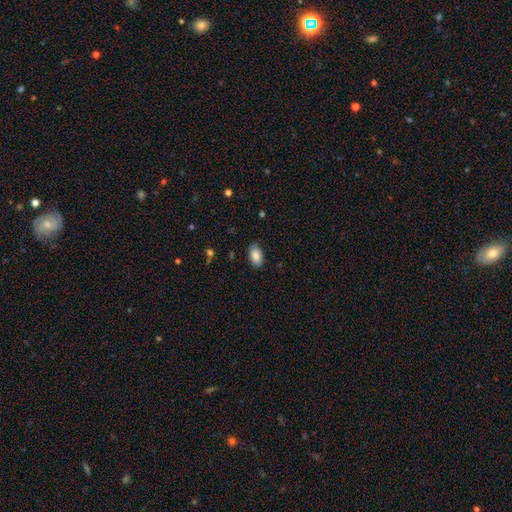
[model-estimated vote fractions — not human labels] Morphology: type=smooth (88%); roundness=in between (93%); merging=none (86%).